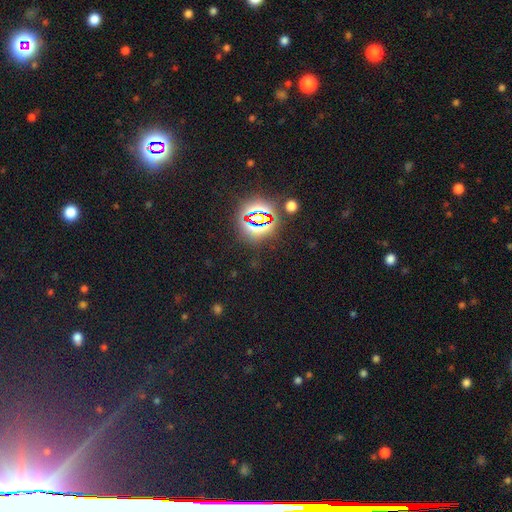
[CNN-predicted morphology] smooth-or-featured: star or artifact: 80% | smooth: 12% | featured or disk: 7%